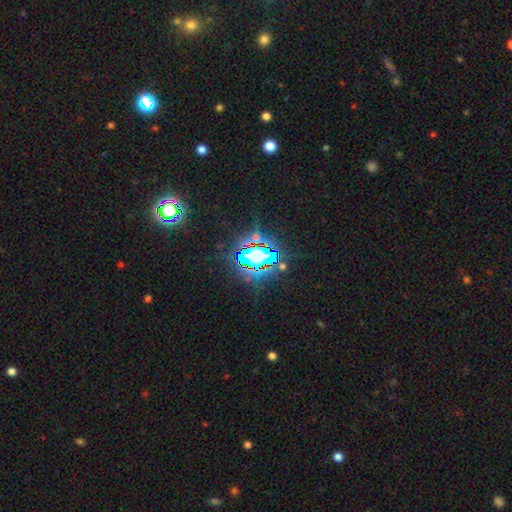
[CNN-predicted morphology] Overall: star or artifact (69%).